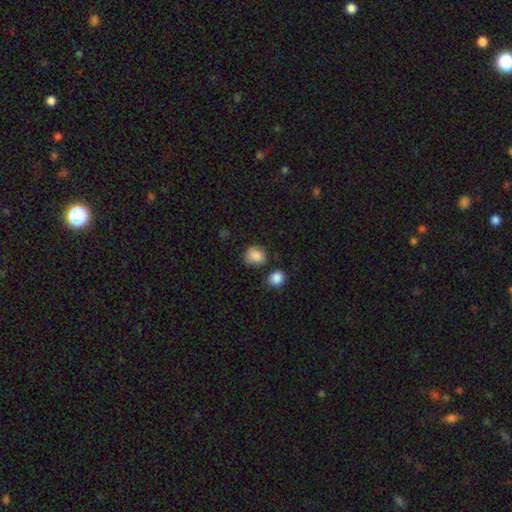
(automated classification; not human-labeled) This appears to be a smooth galaxy with no disk features (86%) that is round (64%). Merging: none (67%).